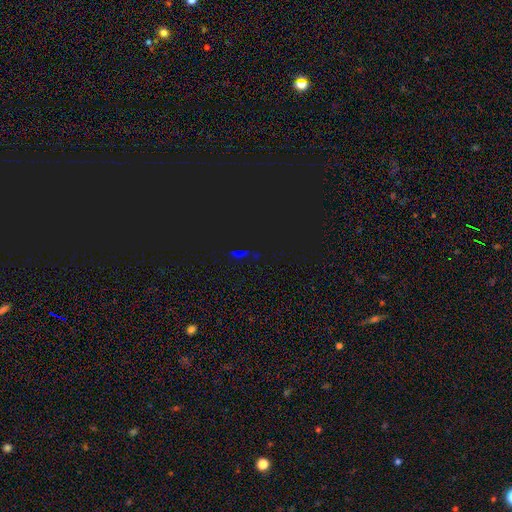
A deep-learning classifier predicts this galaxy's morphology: This appears to be a star or artifact, not a galaxy (68%).